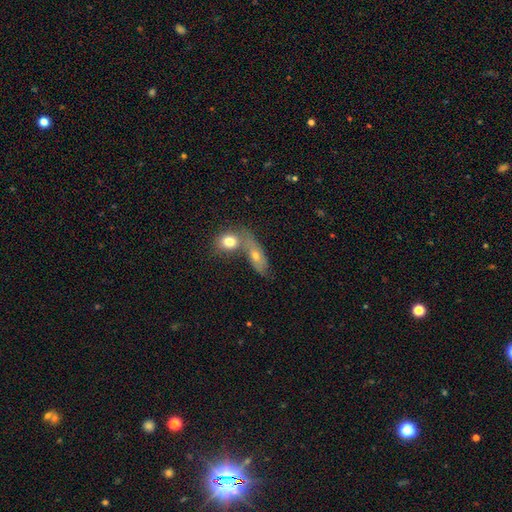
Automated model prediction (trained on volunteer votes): Smooth or featured: smooth — 63% (featured or disk — 28%)
How rounded: in between — 71% (round — 15%)
Merging: merger — 48% (none — 35%)